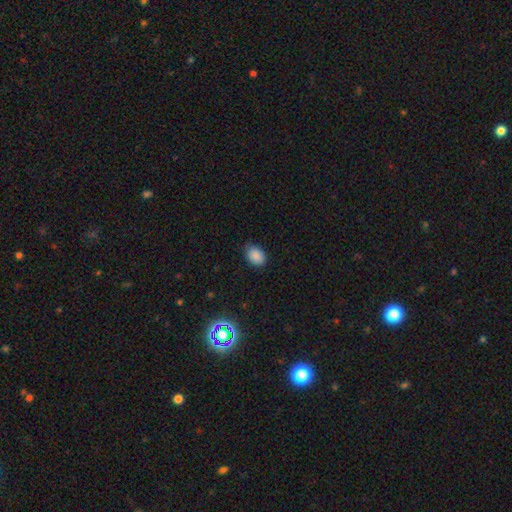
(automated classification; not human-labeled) Smooth or featured?
  - smooth: 86% *
  - star or artifact: 10%
  - featured or disk: 4%
How rounded?
  - in between: 79% *
  - round: 20%
  - cigar-shaped: 1%
Merging?
  - none: 76% *
  - minor disturbance: 20%
  - major disturbance: 3%
  - merger: 1%